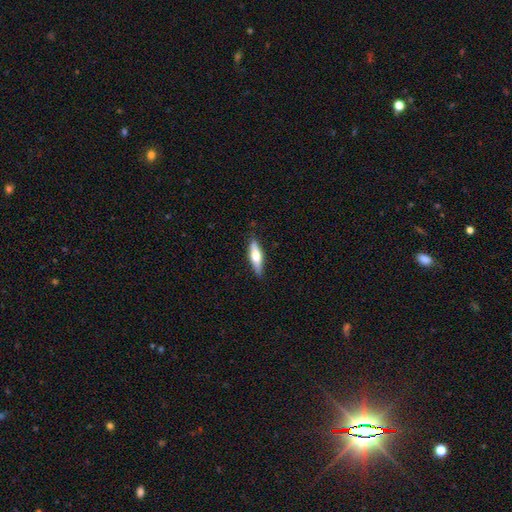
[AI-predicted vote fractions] The model was most divided on "smooth or featured": smooth: 53%, featured or disk: 41%, star or artifact: 6%. More confident: merging — none (85%); how rounded — cigar-shaped (61%).